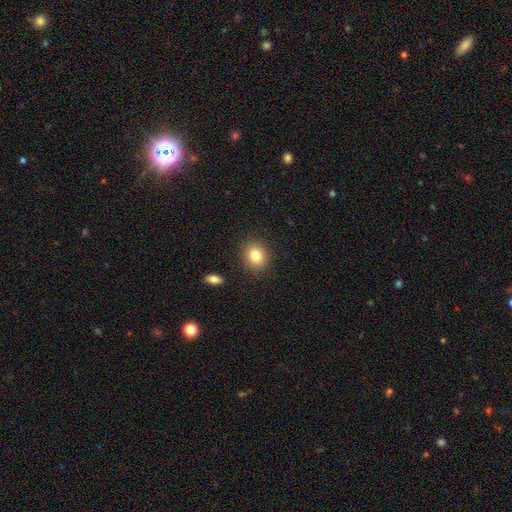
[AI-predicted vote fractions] This is clearly a smooth galaxy (82%). How rounded: likely round (67%). Merging: clearly none (88%).